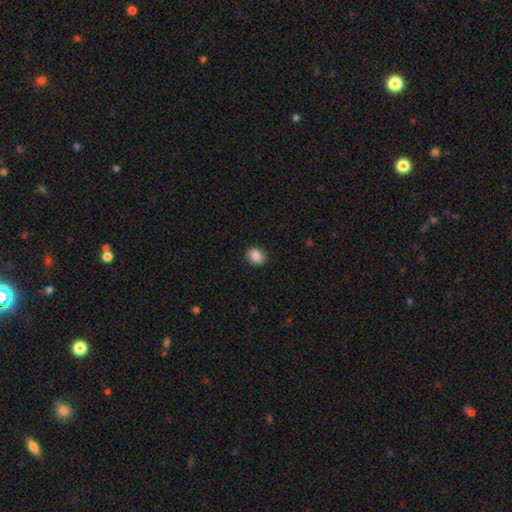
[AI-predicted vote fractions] Morphology: type=smooth (87%); roundness=round (50%); merging=none (88%).